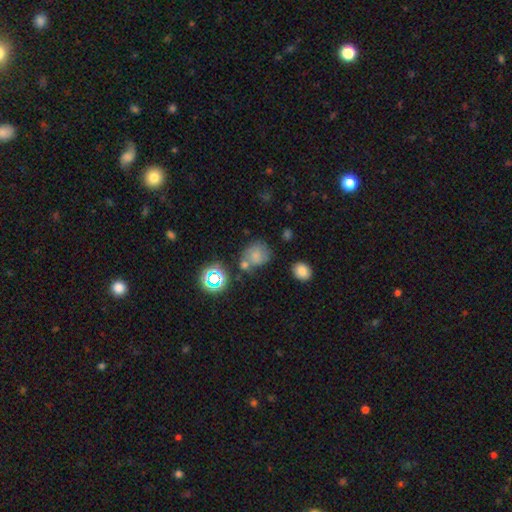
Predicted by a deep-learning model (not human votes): smooth 64%, star or artifact 19%, featured or disk 17%. Down the decision tree: how rounded — round (72%); merging — none (49%).